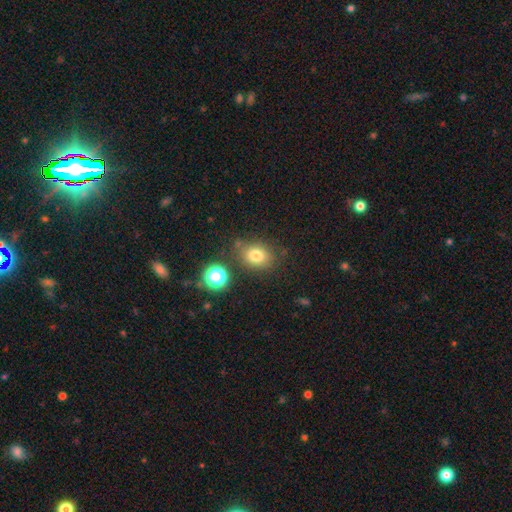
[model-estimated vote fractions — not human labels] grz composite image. It shows a smooth galaxy with no disk features (77%) that is in between round and cigar-shaped (50%). Merging: none (74%).